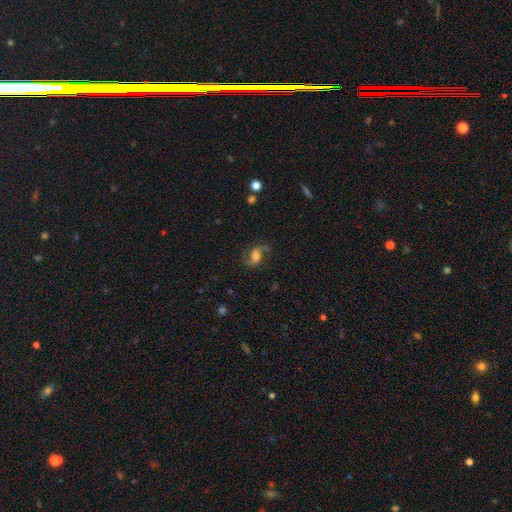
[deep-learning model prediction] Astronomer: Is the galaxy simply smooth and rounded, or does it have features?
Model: featured or disk — 74%.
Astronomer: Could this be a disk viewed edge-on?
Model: no — 97%.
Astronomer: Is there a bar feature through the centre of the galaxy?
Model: no — 55% (runner-up: weak, 35%).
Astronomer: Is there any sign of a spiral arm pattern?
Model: yes — 95%.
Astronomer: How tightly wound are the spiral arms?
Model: loose — 55% (runner-up: medium, 37%).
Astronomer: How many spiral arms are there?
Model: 2 — 92%.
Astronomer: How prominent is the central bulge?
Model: moderate — 43% (runner-up: large, 33%).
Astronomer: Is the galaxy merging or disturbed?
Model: none — 75%.